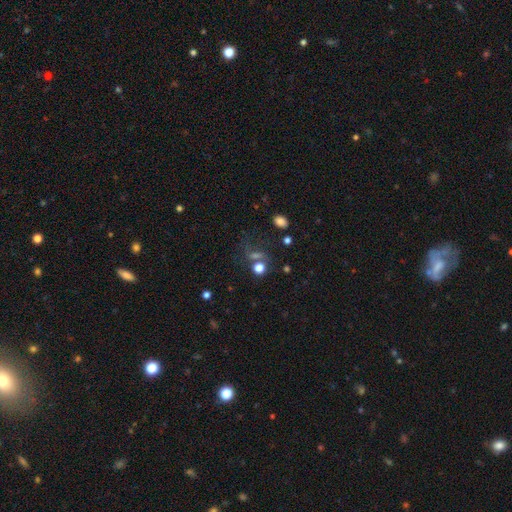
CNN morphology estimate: This is possibly a star or artifact rather than a galaxy (45%).